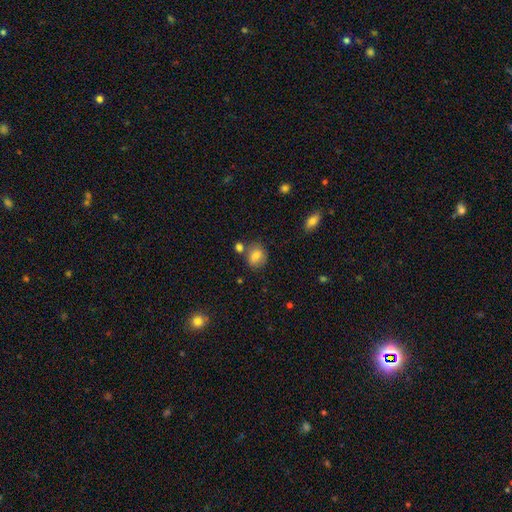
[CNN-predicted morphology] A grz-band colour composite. It shows a smooth galaxy with no disk features (80%) that is round (55%). Merging: none (65%).